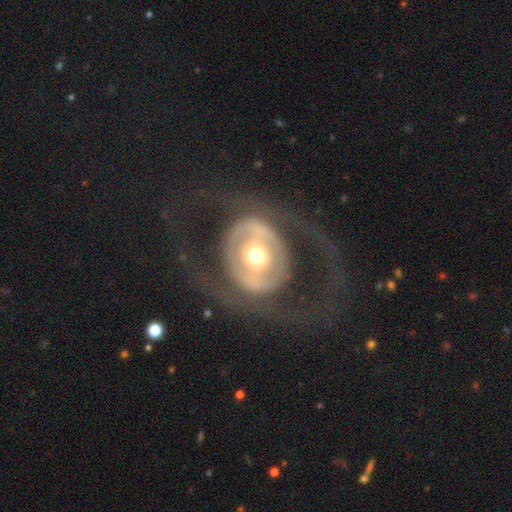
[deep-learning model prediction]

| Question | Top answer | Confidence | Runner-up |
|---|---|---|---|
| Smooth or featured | featured or disk | 70% | smooth (24%) |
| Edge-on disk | no | 95% | yes (5%) |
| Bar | no | 51% | weak (25%) |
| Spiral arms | no | 57% | yes (43%) |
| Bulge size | moderate | 70% | large (17%) |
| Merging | none | 58% | major disturbance (28%) |